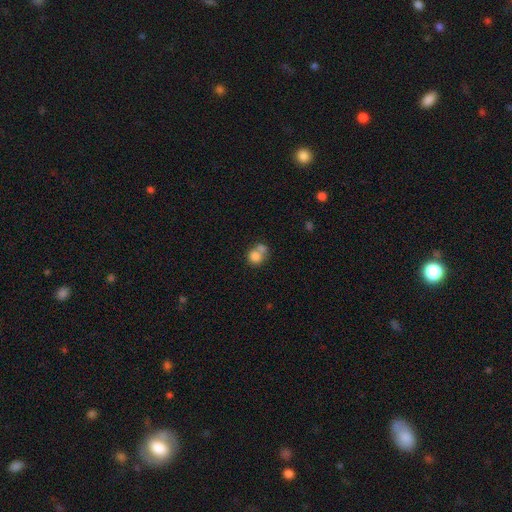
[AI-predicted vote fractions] Q: Smooth or featured?
A: smooth (78%); runner-up: featured or disk (12%)
Q: How rounded?
A: round (74%); runner-up: in between (25%)
Q: Merging?
A: merger (52%); runner-up: none (34%)